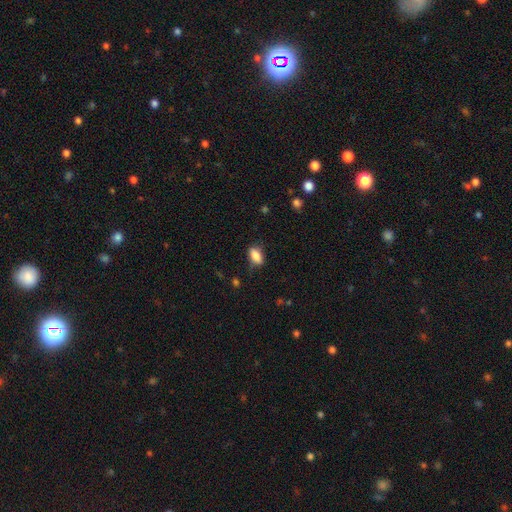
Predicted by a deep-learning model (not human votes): Smooth or featured? Predicted: smooth (p=0.84). How rounded? Predicted: in between (p=0.87). Merging? Predicted: none (p=0.70).